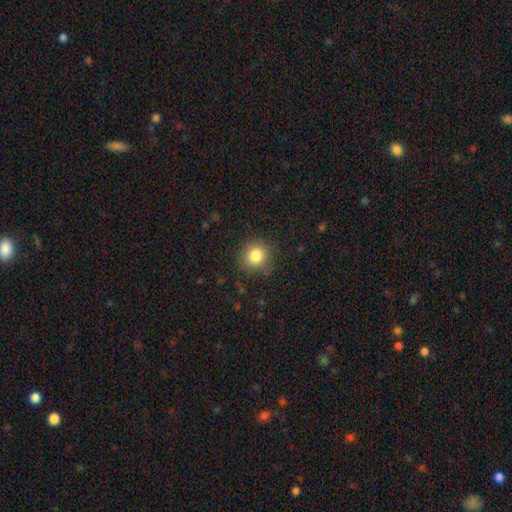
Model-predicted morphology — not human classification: This is clearly a smooth galaxy (83%). How rounded: clearly round (90%). Merging: clearly none (86%).